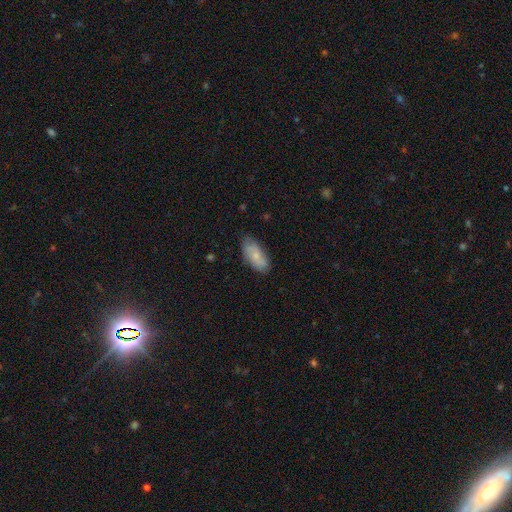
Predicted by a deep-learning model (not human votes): Smooth or featured: smooth — 68% (featured or disk — 26%)
How rounded: in between — 89% (cigar-shaped — 9%)
Merging: none — 75% (minor disturbance — 20%)